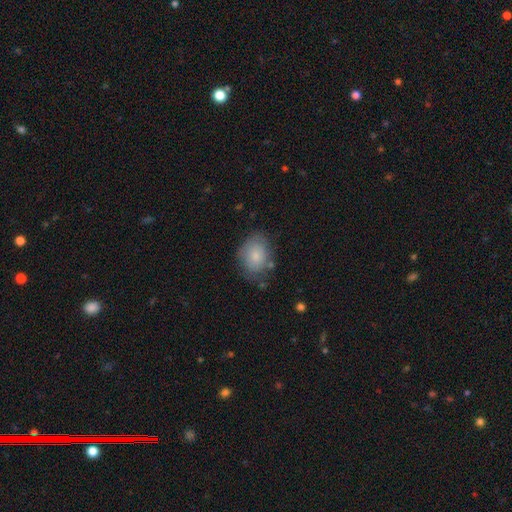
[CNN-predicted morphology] smooth 77%, featured or disk 15%, star or artifact 8%. Down the decision tree: how rounded — in between (58%); merging — none (68%).